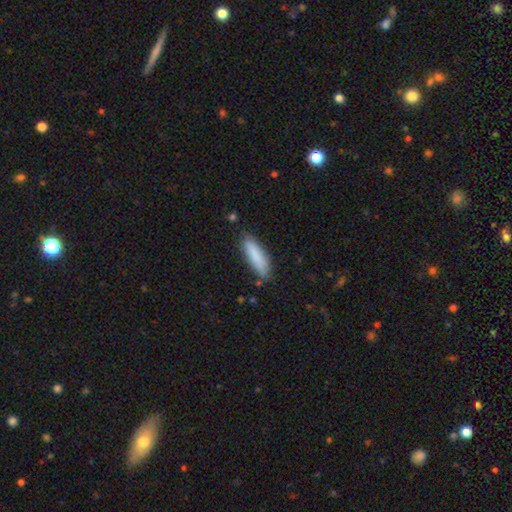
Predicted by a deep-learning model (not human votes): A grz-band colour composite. It shows a smooth galaxy with no disk features (86%) that is cigar-shaped (61%). Merging: none (81%).